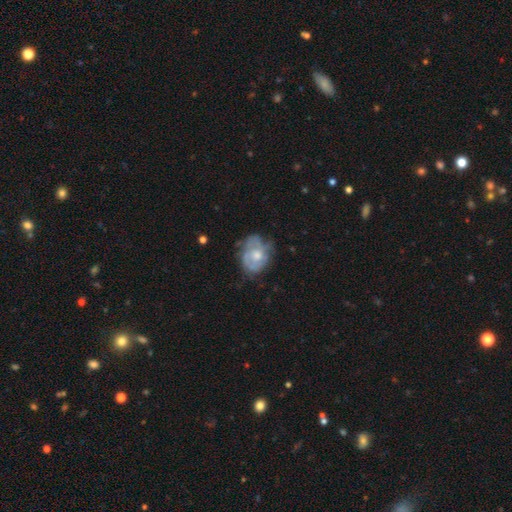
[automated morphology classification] Smooth or featured: featured or disk — 61% (smooth — 32%)
Edge-on disk: no — 97% (yes — 3%)
Bar: no — 82% (weak — 16%)
Spiral arms: yes — 60% (no — 40%)
Bulge size: moderate — 60% (small — 26%)
Merging: none — 53% (minor disturbance — 29%)